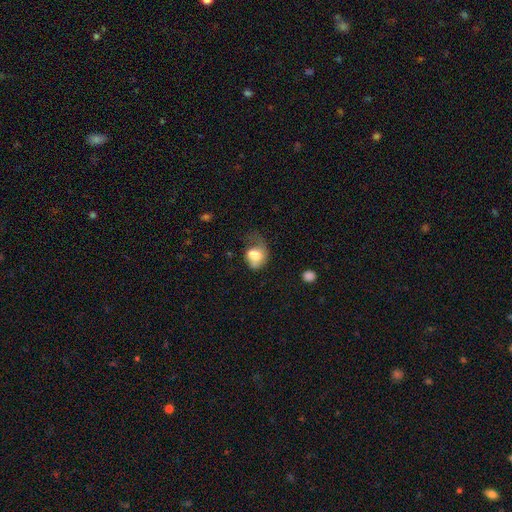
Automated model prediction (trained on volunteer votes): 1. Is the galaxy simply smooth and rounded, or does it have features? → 67% smooth, 25% featured or disk, 8% star or artifact.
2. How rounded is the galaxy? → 59% in between, 40% round, 1% cigar-shaped.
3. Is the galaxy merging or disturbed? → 48% major disturbance, 24% minor disturbance, 21% none, 8% merger.